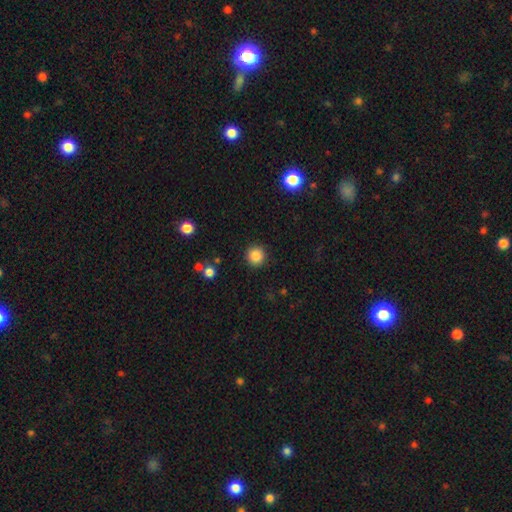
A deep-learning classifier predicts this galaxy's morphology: Q: Smooth or featured?
A: smooth (86%); runner-up: star or artifact (10%)
Q: How rounded?
A: round (95%); runner-up: in between (4%)
Q: Merging?
A: none (91%); runner-up: minor disturbance (5%)